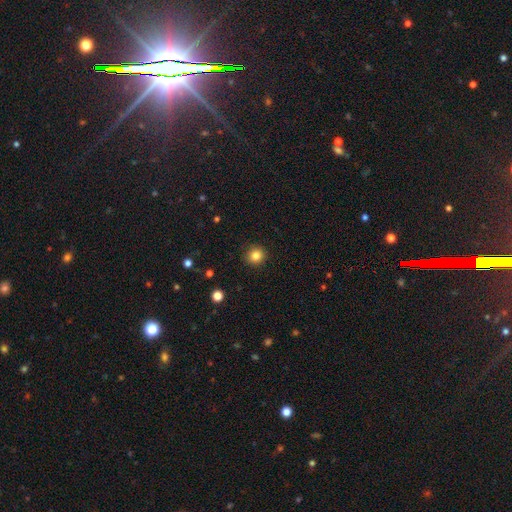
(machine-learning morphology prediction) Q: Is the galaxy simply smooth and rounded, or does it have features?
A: smooth — 84%.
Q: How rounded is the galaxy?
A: round — 91%.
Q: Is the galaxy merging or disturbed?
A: none — 91%.